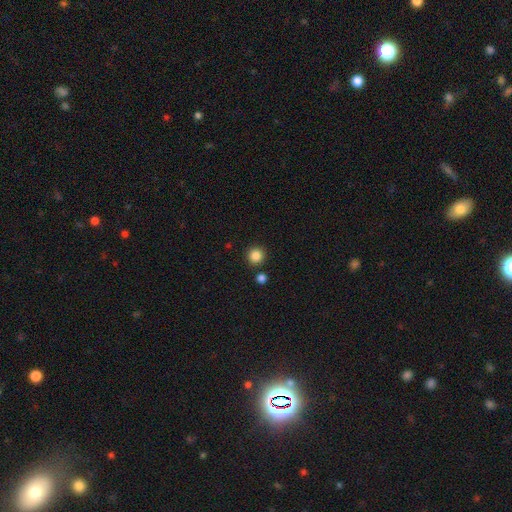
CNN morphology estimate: Smooth or featured? smooth (86%)
How rounded? round (94%)
Merging? none (87%)